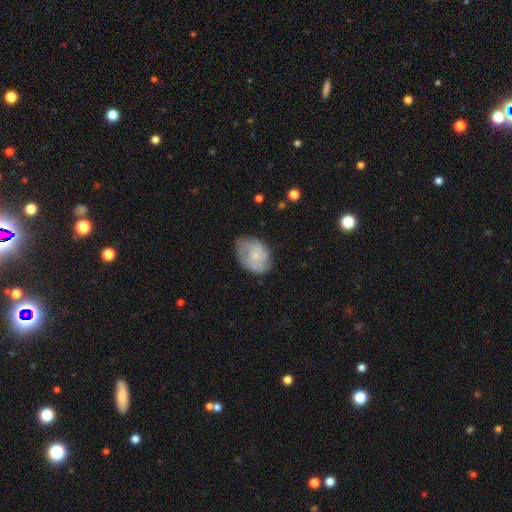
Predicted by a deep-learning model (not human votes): Smooth or featured? Predicted: featured or disk (p=0.48). Merging? Predicted: none (p=0.59).